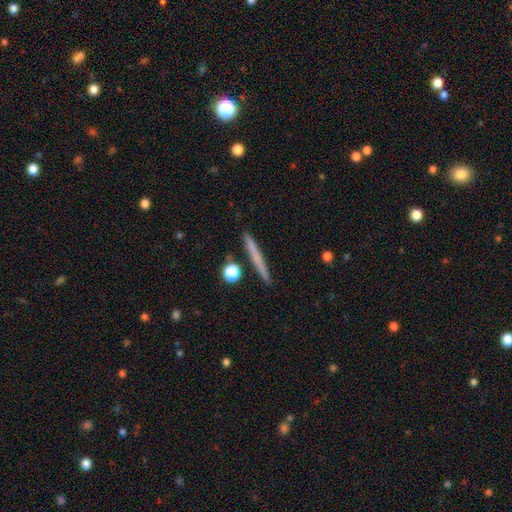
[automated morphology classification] type=smooth (58%); roundness=cigar-shaped (95%); merging=none (89%).